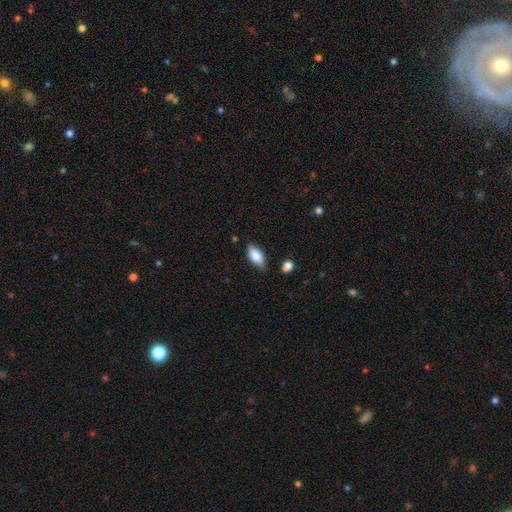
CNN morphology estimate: Smooth or featured: smooth — 78% (featured or disk — 15%)
How rounded: in between — 88% (cigar-shaped — 9%)
Merging: none — 80% (minor disturbance — 15%)